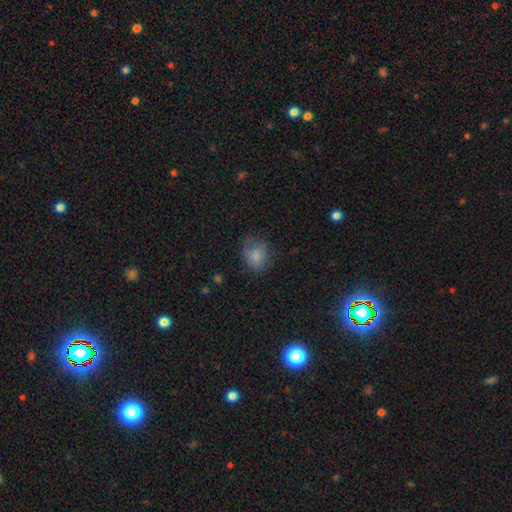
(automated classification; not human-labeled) smooth_or_featured: smooth (p=0.78) [alt: featured or disk p=0.11]
how_rounded: round (p=0.55) [alt: in between p=0.44]
merging: none (p=0.61) [alt: minor disturbance p=0.25]